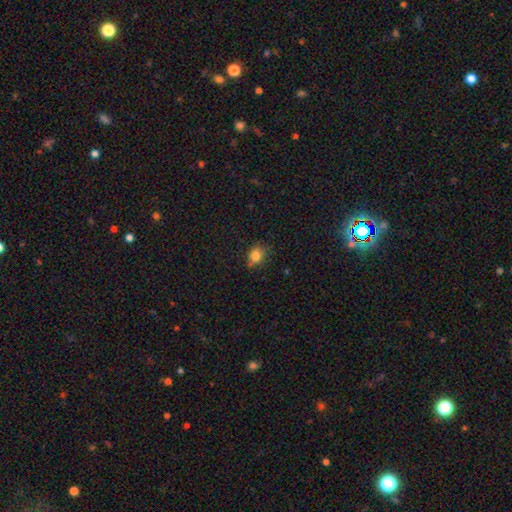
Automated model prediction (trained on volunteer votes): Smooth or featured?
  - smooth: 82% *
  - star or artifact: 12%
  - featured or disk: 6%
How rounded?
  - round: 58% *
  - in between: 41%
  - cigar-shaped: 1%
Merging?
  - none: 71% *
  - minor disturbance: 21%
  - major disturbance: 4%
  - merger: 3%